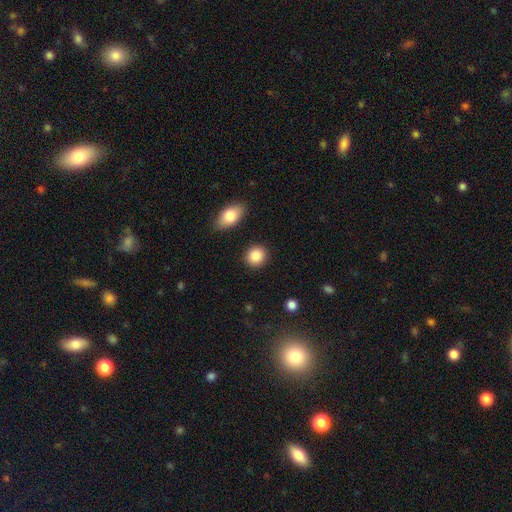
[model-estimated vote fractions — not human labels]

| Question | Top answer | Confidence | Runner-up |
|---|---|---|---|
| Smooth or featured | smooth | 88% | star or artifact (7%) |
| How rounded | round | 81% | in between (18%) |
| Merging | none | 88% | minor disturbance (7%) |